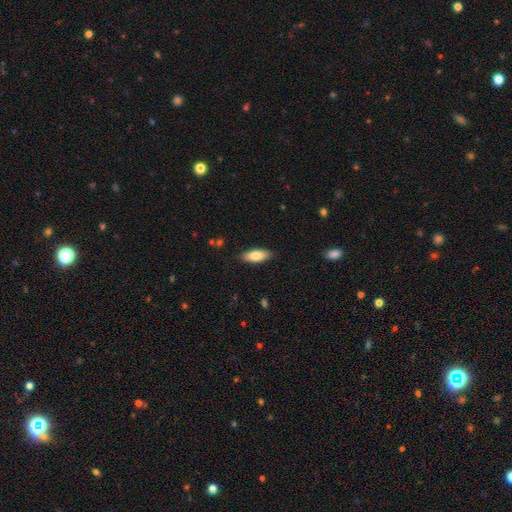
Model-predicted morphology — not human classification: type=smooth (77%); roundness=in between (74%); merging=none (86%).